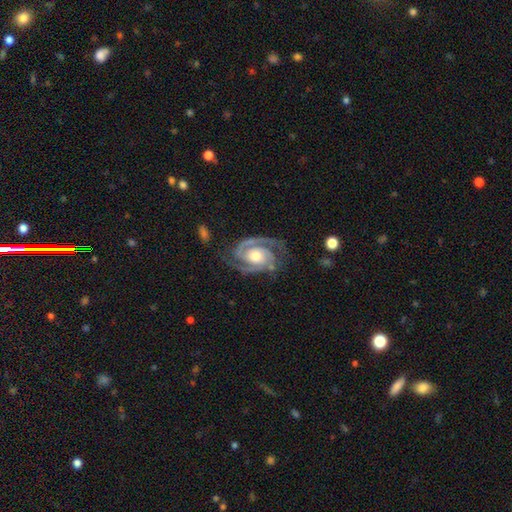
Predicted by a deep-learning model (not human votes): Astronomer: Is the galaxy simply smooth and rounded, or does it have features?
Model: featured or disk — 92%.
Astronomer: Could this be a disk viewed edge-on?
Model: no — 98%.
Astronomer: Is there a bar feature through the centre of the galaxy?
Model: no — 65%.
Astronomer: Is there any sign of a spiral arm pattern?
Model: yes — 98%.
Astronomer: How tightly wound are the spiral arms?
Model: tight — 54% (runner-up: medium, 41%).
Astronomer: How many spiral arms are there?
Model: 2 — 87%.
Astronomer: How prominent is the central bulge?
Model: moderate — 67%.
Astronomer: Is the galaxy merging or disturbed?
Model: none — 75%.